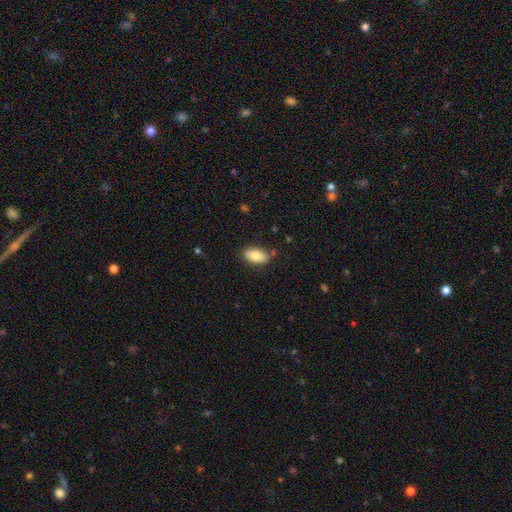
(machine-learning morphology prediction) smooth 83%, featured or disk 10%, star or artifact 7%. Down the decision tree: how rounded — in between (93%); merging — none (83%).